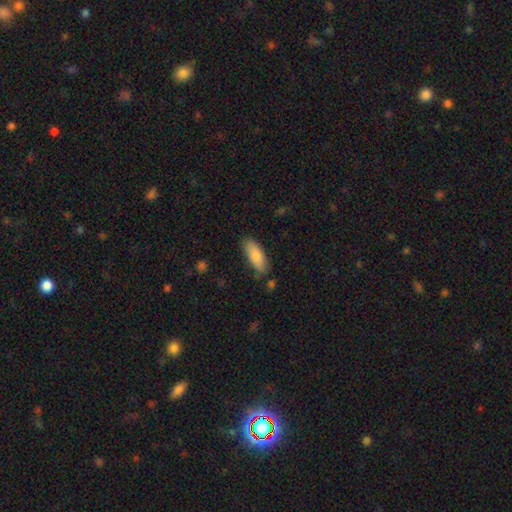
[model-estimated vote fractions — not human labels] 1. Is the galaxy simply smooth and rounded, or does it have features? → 86% smooth, 9% featured or disk, 6% star or artifact.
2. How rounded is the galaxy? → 74% in between, 24% cigar-shaped, 2% round.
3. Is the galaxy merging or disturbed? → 80% none, 14% minor disturbance, 3% major disturbance, 2% merger.